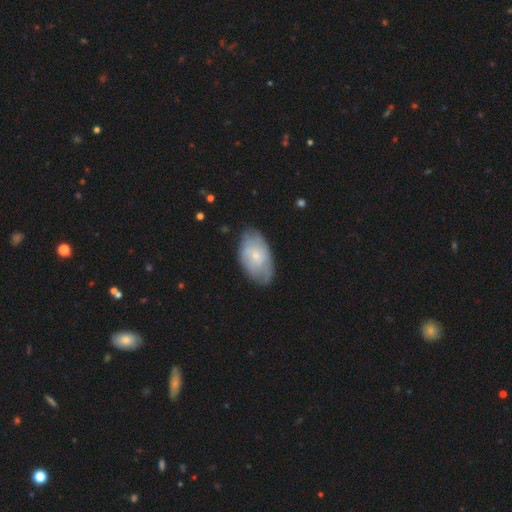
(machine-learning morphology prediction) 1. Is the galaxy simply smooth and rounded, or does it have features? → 52% smooth, 42% featured or disk, 6% star or artifact.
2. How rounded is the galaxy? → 93% in between, 5% round, 2% cigar-shaped.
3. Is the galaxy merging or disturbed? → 71% none, 22% minor disturbance, 5% major disturbance, 1% merger.